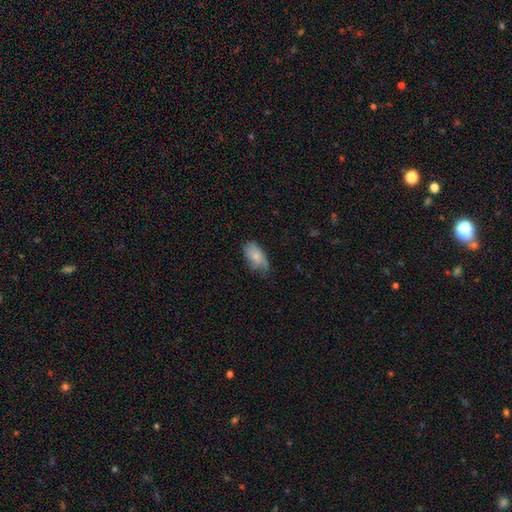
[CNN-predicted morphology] This appears to be a smooth galaxy with no disk features (76%) that is in between round and cigar-shaped (93%). Merging: none (50%).